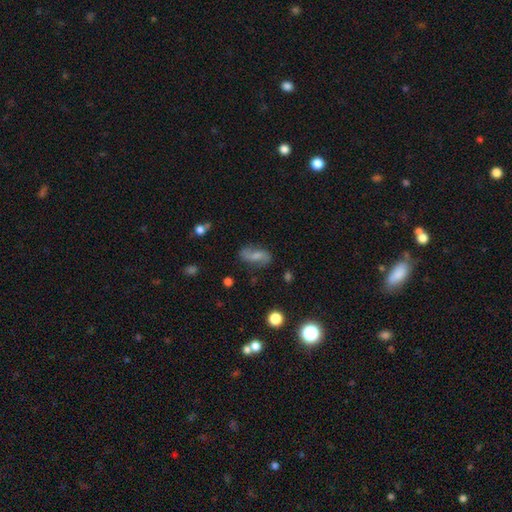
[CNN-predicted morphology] Overall: featured or disk (52%; smooth 39%). Edge-on disk: no (93%). Merging: none (72%).